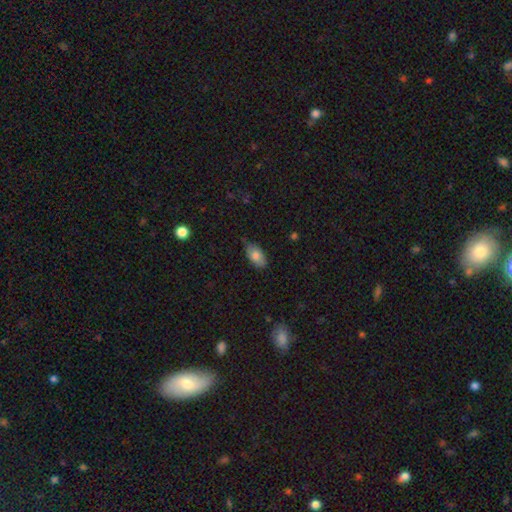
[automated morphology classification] Overall: smooth (80%). How rounded: in between (93%). Merging: none (69%).